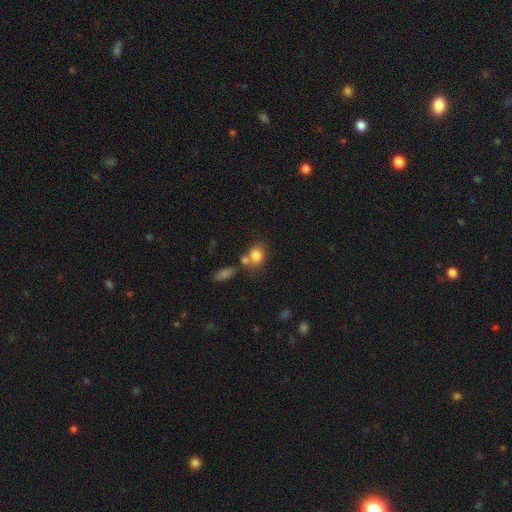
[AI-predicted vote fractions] smooth-or-featured: smooth: 81% | star or artifact: 10% | featured or disk: 10%
  how-rounded: round: 52% | in between: 46% | cigar-shaped: 2%
  merging: none: 51% | merger: 31% | minor disturbance: 13% | major disturbance: 5%